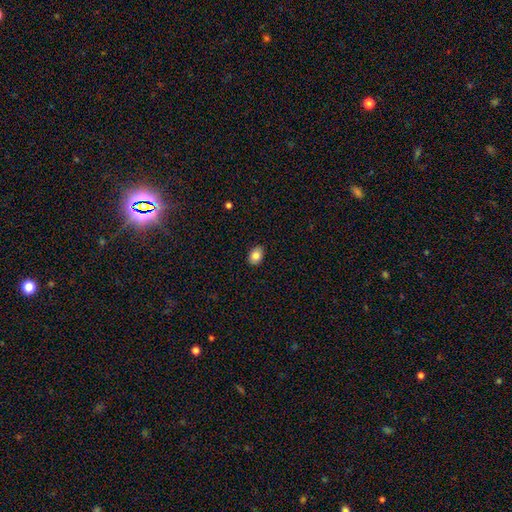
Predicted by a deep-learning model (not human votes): This appears to be a smooth galaxy with no disk features (84%) that is in between round and cigar-shaped (73%). Merging: none (89%).